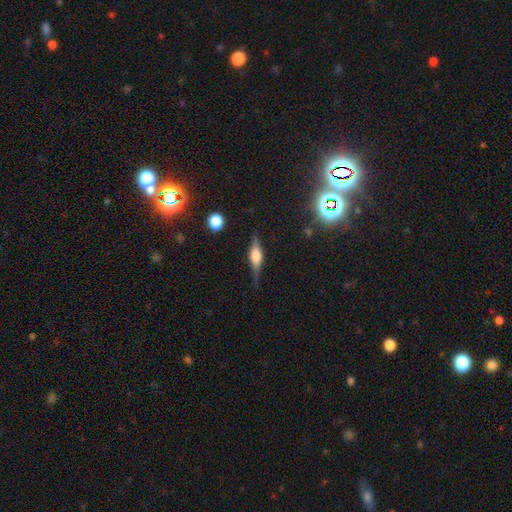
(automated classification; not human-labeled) smooth-or-featured: featured or disk: 68% | smooth: 24% | star or artifact: 8%
  disk-edge-on: yes: 96% | no: 4%
    edge-on-bulge: rounded: 75% | boxy: 22% | none: 3%
  merging: none: 80% | minor disturbance: 14% | major disturbance: 4% | merger: 2%